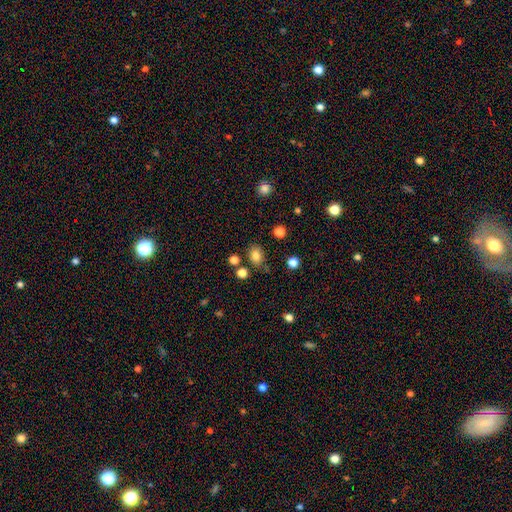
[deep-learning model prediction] Overall: smooth (82%). How rounded: in between (68%; round 30%). Merging: none (74%).